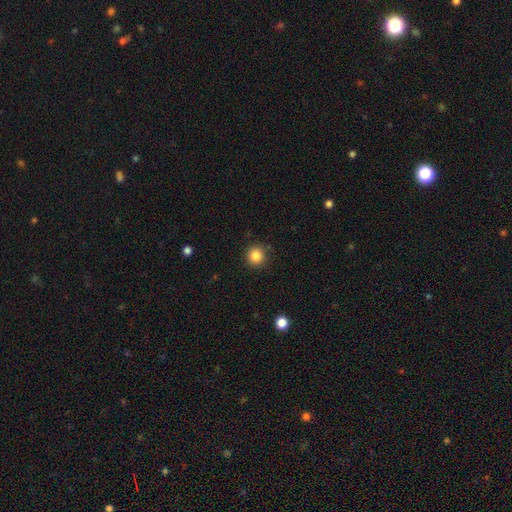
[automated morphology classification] Smooth or featured?
  - smooth: 85% *
  - star or artifact: 11%
  - featured or disk: 4%
How rounded?
  - round: 94% *
  - in between: 5%
  - cigar-shaped: 1%
Merging?
  - none: 89% *
  - minor disturbance: 7%
  - major disturbance: 2%
  - merger: 1%